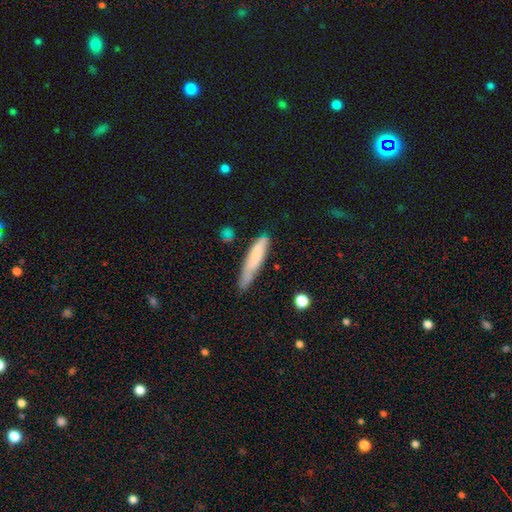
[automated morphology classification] Overall: smooth (68%). How rounded: cigar-shaped (86%). Merging: none (59%; minor disturbance 29%).